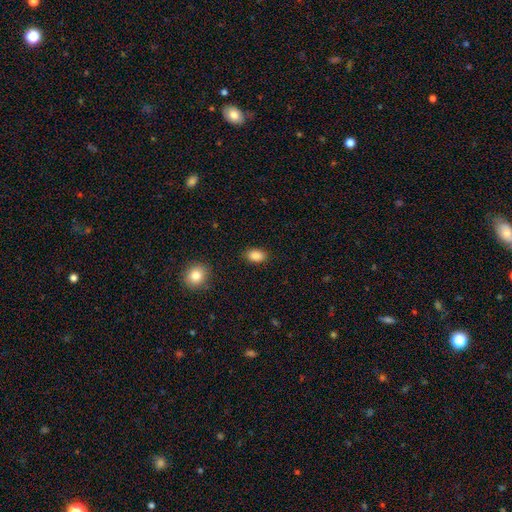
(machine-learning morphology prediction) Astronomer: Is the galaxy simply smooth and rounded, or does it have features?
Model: smooth — 87%.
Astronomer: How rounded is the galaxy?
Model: in between — 86%.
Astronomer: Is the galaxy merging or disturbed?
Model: none — 87%.